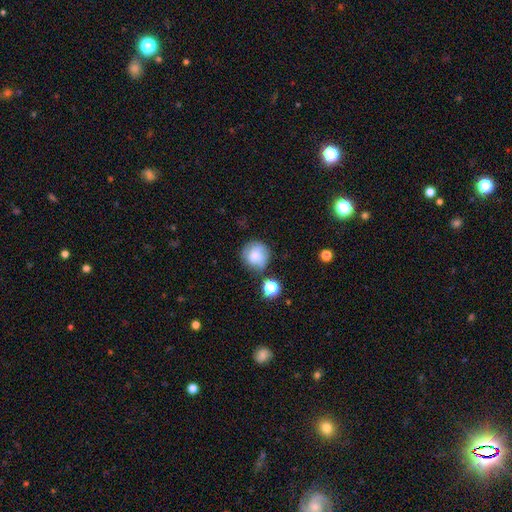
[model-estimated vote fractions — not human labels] smooth_or_featured: smooth (p=0.64) [alt: featured or disk p=0.25]
how_rounded: round (p=0.88) [alt: in between p=0.11]
merging: none (p=0.61) [alt: minor disturbance p=0.22]